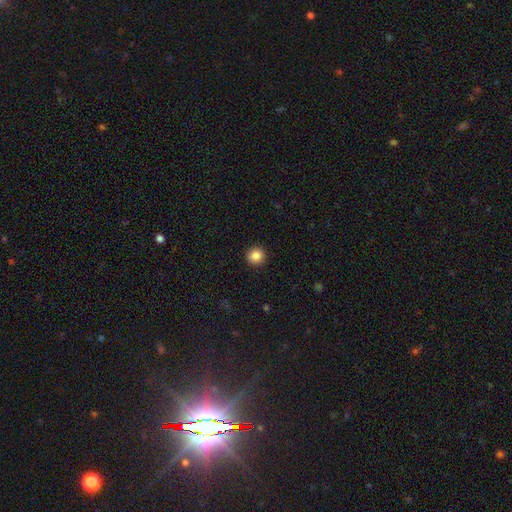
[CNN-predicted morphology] type=smooth (85%); roundness=round (94%); merging=none (93%).